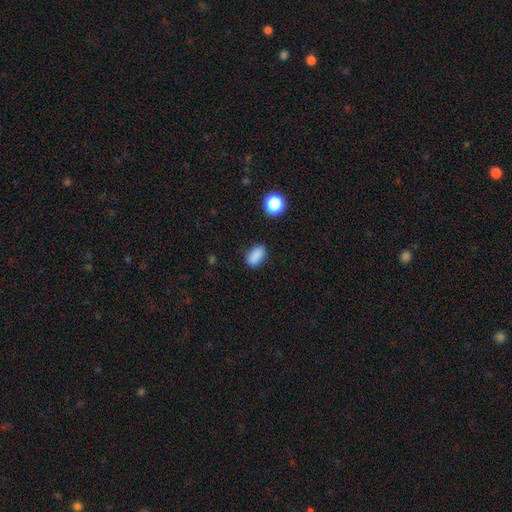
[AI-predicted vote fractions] A smooth galaxy with no disk features (87%) that is in between round and cigar-shaped (88%). Merging: none (85%).